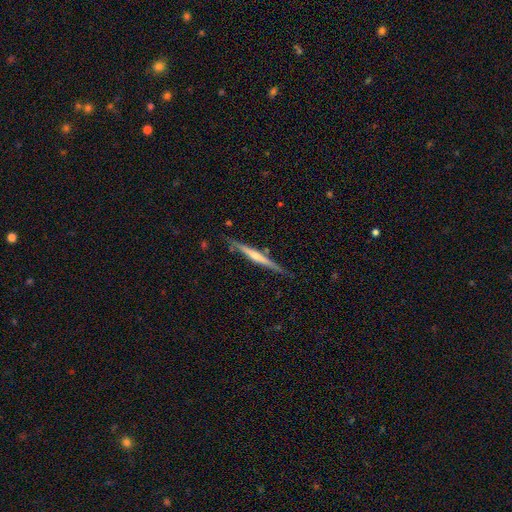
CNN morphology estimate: The model was most divided on "edge-on bulge": rounded: 57%, none: 33%, boxy: 10%. More confident: edge-on disk — yes (98%); merging — none (84%); smooth or featured — featured or disk (67%).